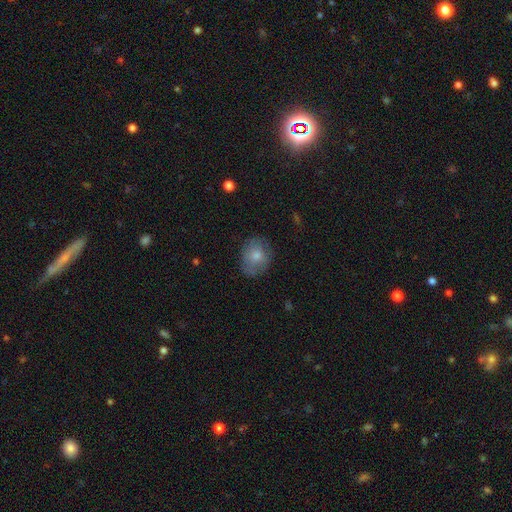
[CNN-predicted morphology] smooth-or-featured: smooth: 74% | featured or disk: 19% | star or artifact: 7%
  how-rounded: round: 55% | in between: 44% | cigar-shaped: 1%
  merging: none: 71% | minor disturbance: 21% | major disturbance: 7% | merger: 1%